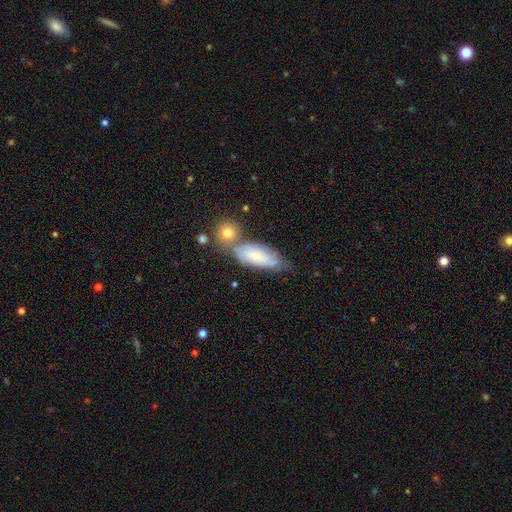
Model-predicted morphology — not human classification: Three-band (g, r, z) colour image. It shows a smooth galaxy with no disk features (54%) that is in between round and cigar-shaped (72%). Merging: none (45%).